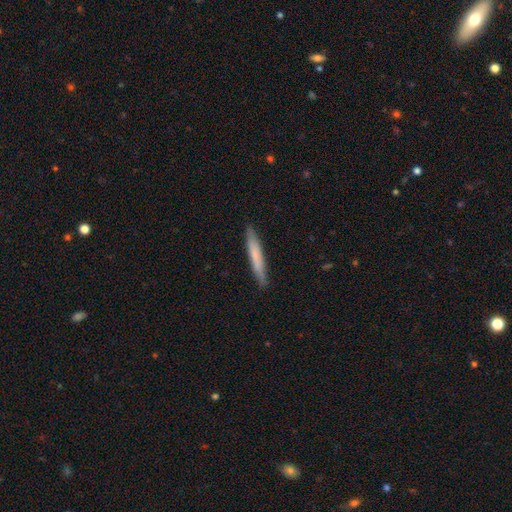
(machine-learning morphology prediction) Smooth or featured: smooth — 70% (featured or disk — 25%)
How rounded: cigar-shaped — 95% (in between — 4%)
Merging: none — 89% (minor disturbance — 8%)